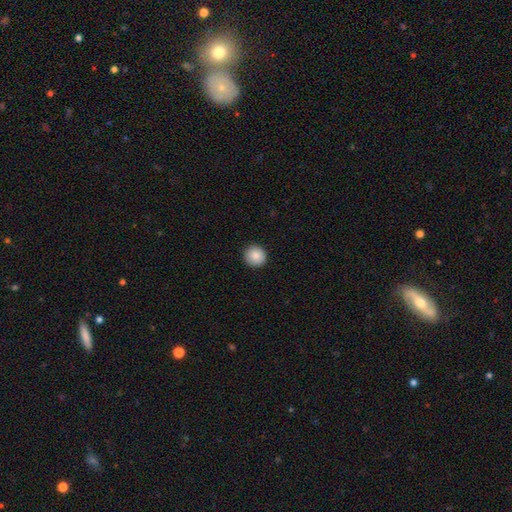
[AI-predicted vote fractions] smooth_or_featured: smooth (p=0.87) [alt: star or artifact p=0.08]
how_rounded: round (p=0.95) [alt: in between p=0.04]
merging: none (p=0.92) [alt: minor disturbance p=0.05]